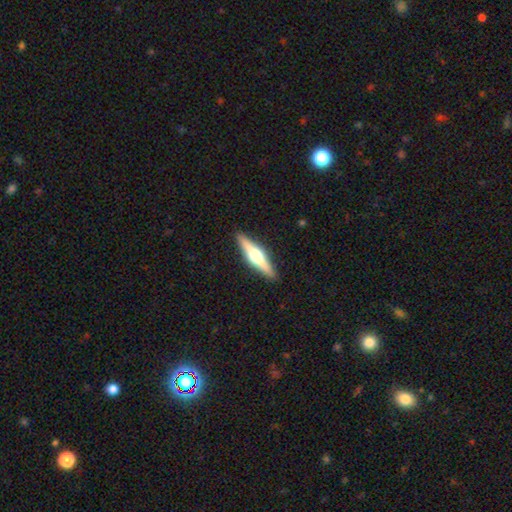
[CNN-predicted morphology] Smooth or featured?
  - featured or disk: 65% *
  - smooth: 29%
  - star or artifact: 5%
Edge-on disk?
  - yes: 97% *
  - no: 3%
Edge-on bulge?
  - rounded: 94% *
  - boxy: 4%
  - none: 2%
Merging?
  - none: 91% *
  - minor disturbance: 7%
  - major disturbance: 1%
  - merger: 1%